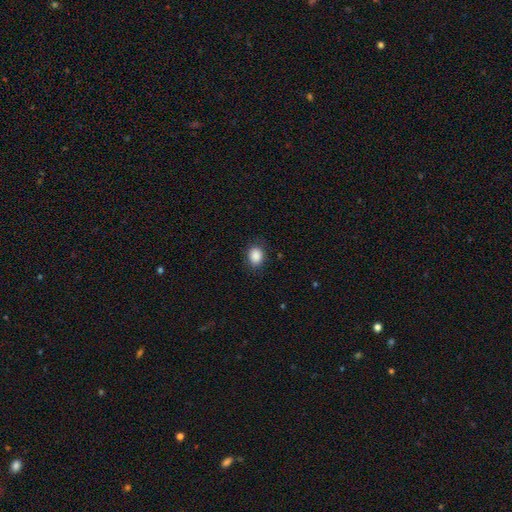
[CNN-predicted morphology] Q: Smooth or featured?
A: smooth (88%); runner-up: star or artifact (9%)
Q: How rounded?
A: in between (51%); runner-up: round (48%)
Q: Merging?
A: none (85%); runner-up: minor disturbance (11%)